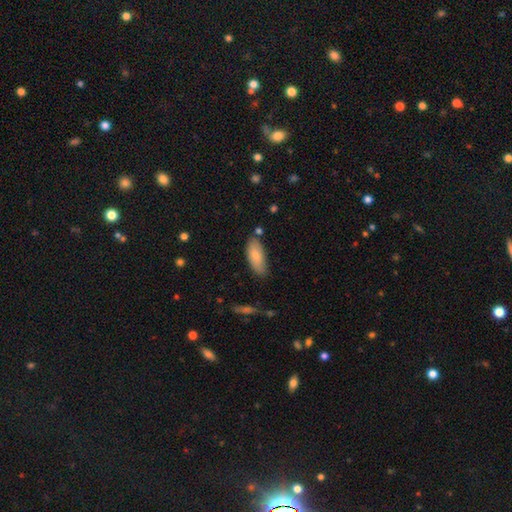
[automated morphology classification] Smooth or featured? smooth (79%)
How rounded? in between (84%)
Merging? none (70%)